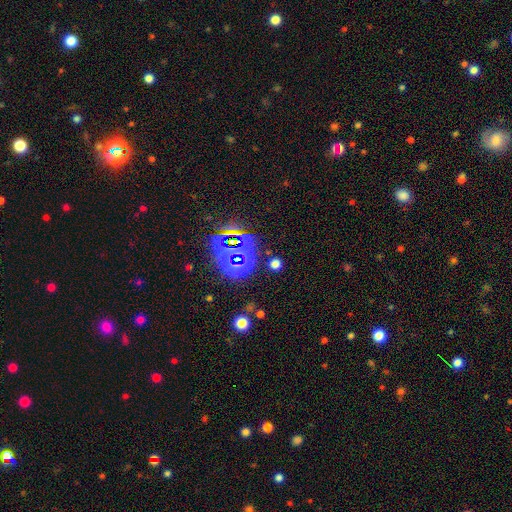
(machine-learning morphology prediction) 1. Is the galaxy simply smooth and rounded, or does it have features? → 81% star or artifact, 10% smooth, 8% featured or disk.